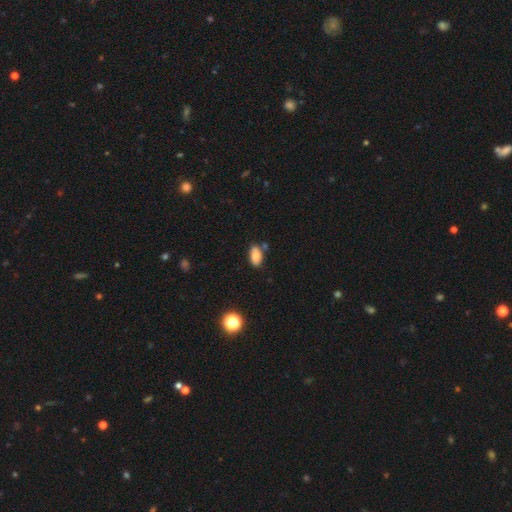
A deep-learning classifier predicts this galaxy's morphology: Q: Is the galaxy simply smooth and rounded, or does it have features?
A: smooth — 81%.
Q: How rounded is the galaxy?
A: in between — 91%.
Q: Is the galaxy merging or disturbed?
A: none — 68%.